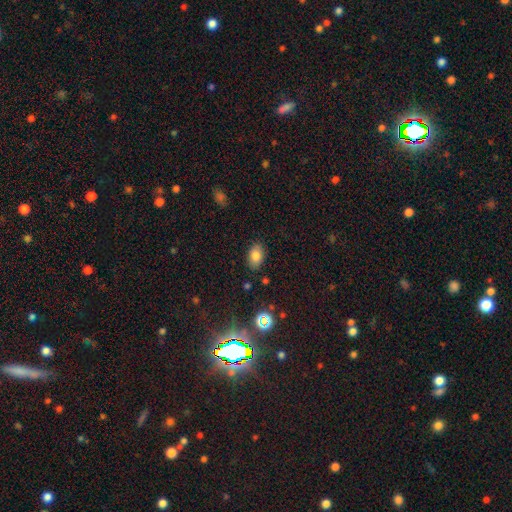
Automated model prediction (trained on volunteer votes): Q: Smooth or featured?
A: smooth (80%); runner-up: star or artifact (11%)
Q: How rounded?
A: in between (87%); runner-up: round (12%)
Q: Merging?
A: none (85%); runner-up: minor disturbance (10%)